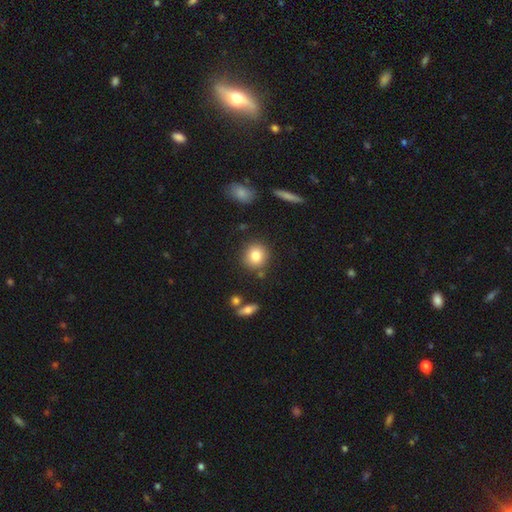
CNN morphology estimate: Smooth or featured? smooth (82%)
How rounded? round (87%)
Merging? none (84%)